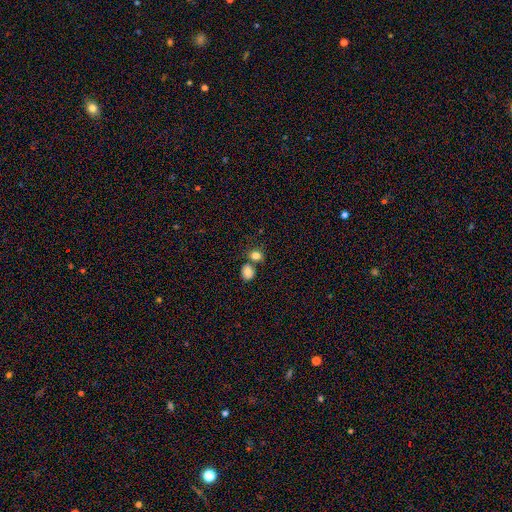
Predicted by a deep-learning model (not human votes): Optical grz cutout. It shows a smooth galaxy with no disk features (83%) that is round (56%). Merging: none (53%).